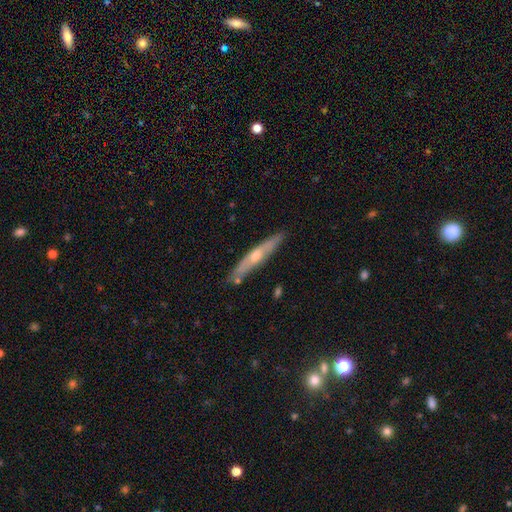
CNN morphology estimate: This is likely a featured or disk galaxy (60%). It is clearly viewed edge-on (88%). Edge-on bulge: clearly rounded (80%). Merging: clearly none (86%).